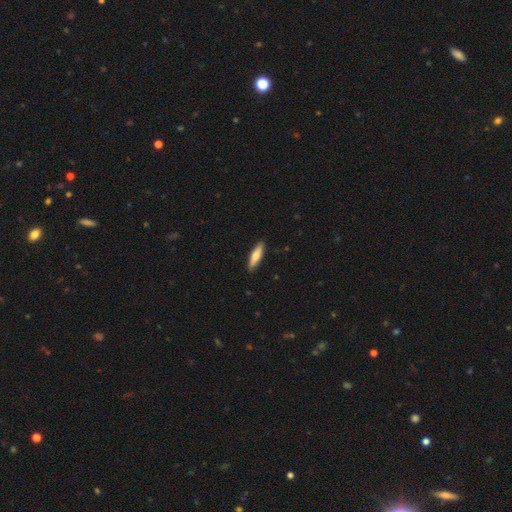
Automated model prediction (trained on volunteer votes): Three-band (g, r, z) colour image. It shows a smooth galaxy with no disk features (73%) that is cigar-shaped (71%). Merging: none (90%).